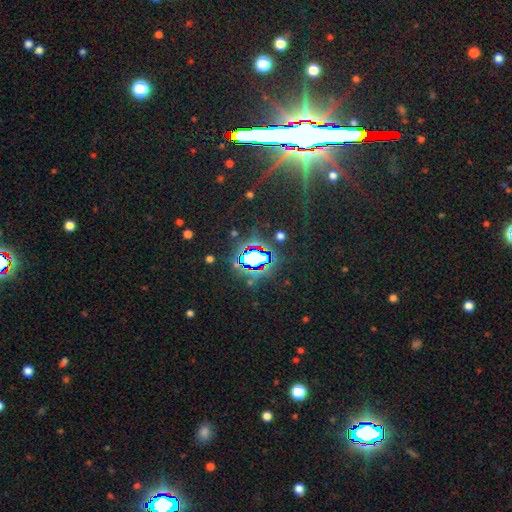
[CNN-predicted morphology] A star or artifact, not a galaxy (73%).